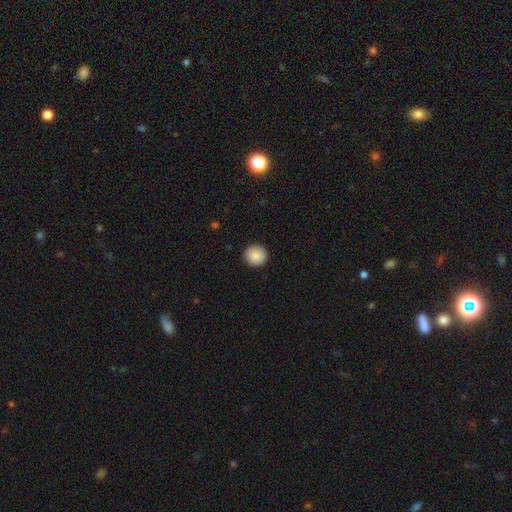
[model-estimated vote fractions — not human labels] Overall: smooth (89%). How rounded: round (94%). Merging: none (92%).